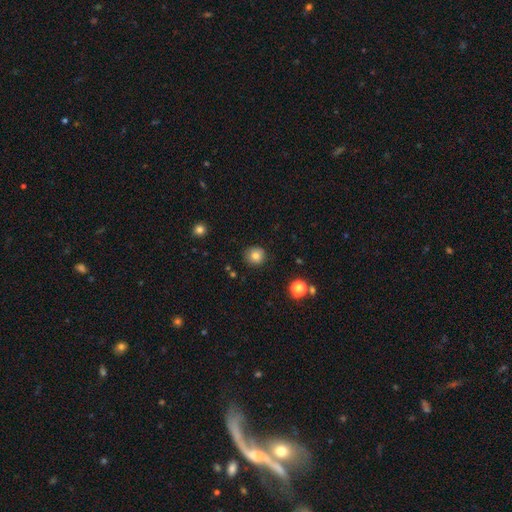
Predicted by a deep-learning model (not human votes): smooth 81%, star or artifact 11%, featured or disk 8%. Down the decision tree: how rounded — round (92%); merging — none (89%).